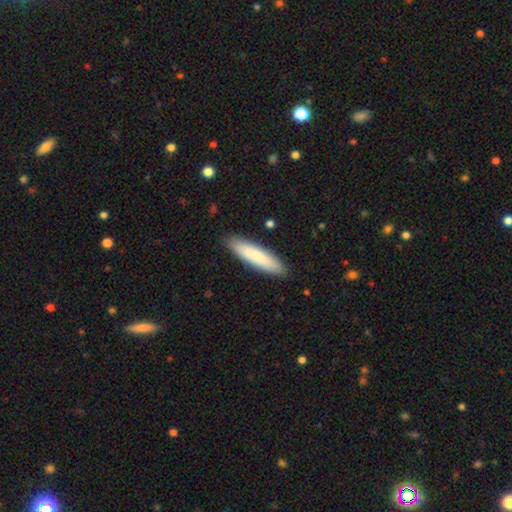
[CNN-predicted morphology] Smooth or featured: smooth — 81% (featured or disk — 13%)
How rounded: cigar-shaped — 76% (in between — 23%)
Merging: none — 89% (minor disturbance — 8%)